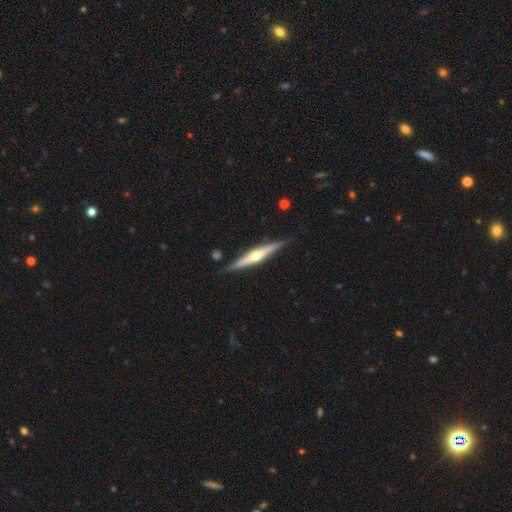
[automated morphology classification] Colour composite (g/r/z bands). It shows a featured or disk galaxy (75%) viewed edge-on (98%) with a rounded central bulge (90%). Merging: none (87%).